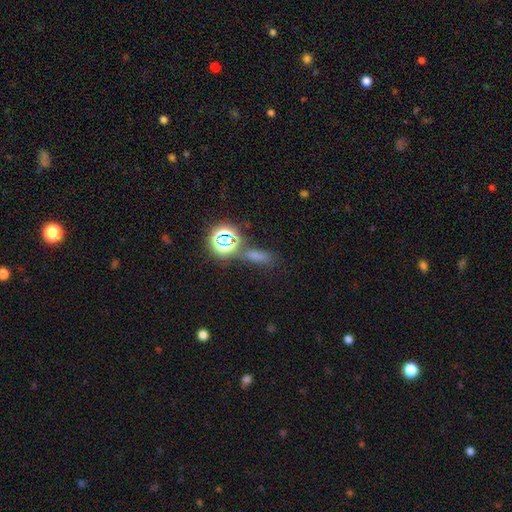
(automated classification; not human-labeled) This is possibly a smooth galaxy (58%). How rounded: possibly in between (55%). Merging: likely none (68%).